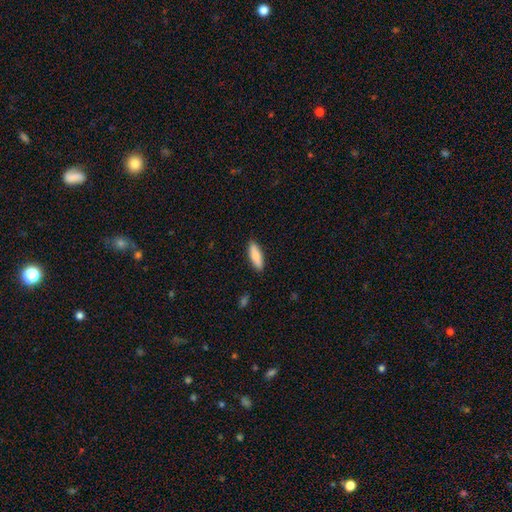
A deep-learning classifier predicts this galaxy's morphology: Smooth or featured? smooth (82%)
How rounded? in between (51%)
Merging? none (89%)